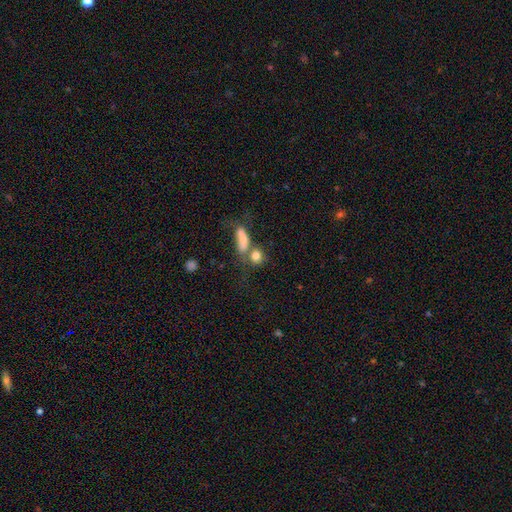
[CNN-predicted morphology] Overall: smooth (78%). How rounded: round (67%). Merging: none (43%; merger 39%).